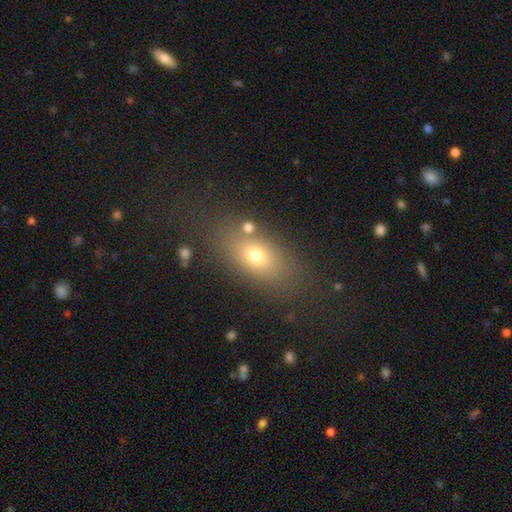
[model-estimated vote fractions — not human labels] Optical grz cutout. It shows a smooth galaxy with no disk features (69%) that is in between round and cigar-shaped (76%). Merging: none (75%).